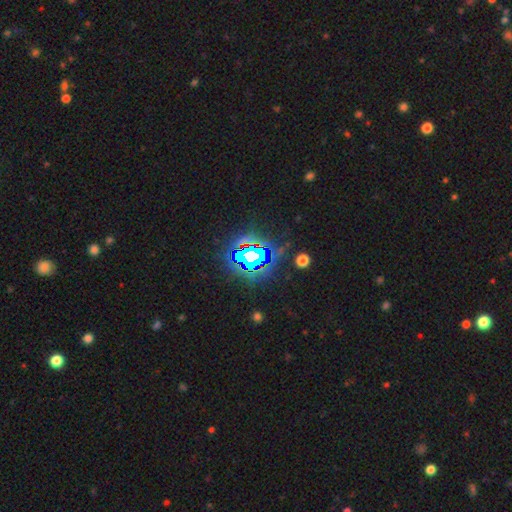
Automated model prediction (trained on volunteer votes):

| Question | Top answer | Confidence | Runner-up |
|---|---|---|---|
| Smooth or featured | star or artifact | 75% | smooth (13%) |